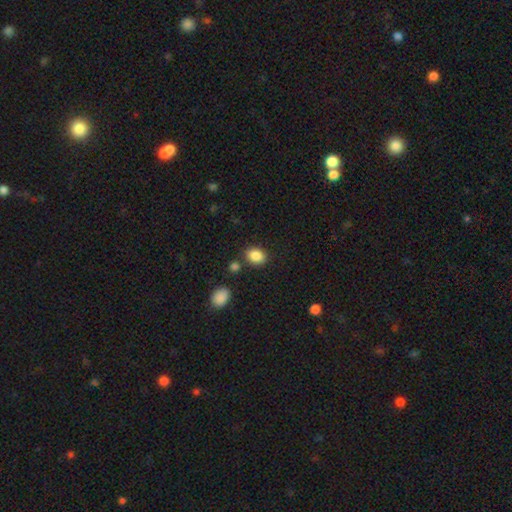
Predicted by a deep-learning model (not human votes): Morphology: type=smooth (87%); roundness=in between (62%); merging=none (78%).